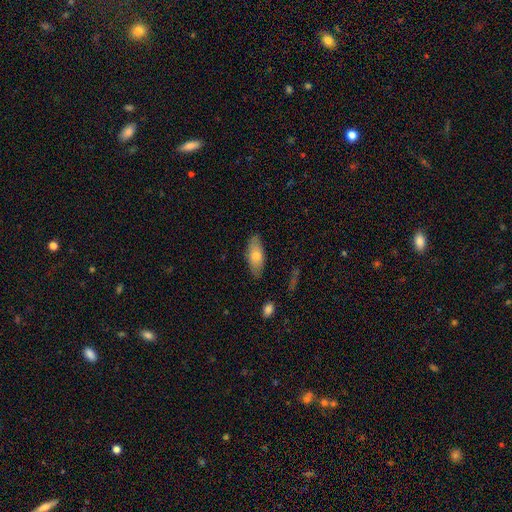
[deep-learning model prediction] Smooth or featured? smooth (69%)
How rounded? in between (78%)
Merging? none (84%)